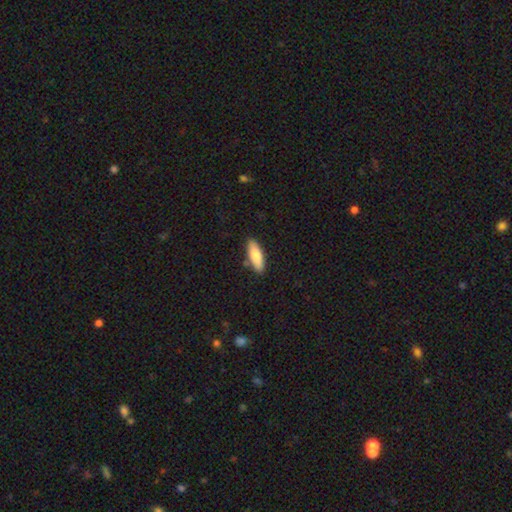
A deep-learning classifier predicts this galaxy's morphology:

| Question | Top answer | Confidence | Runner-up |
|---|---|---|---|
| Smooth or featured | smooth | 80% | featured or disk (14%) |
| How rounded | in between | 60% | cigar-shaped (38%) |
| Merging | none | 85% | minor disturbance (10%) |